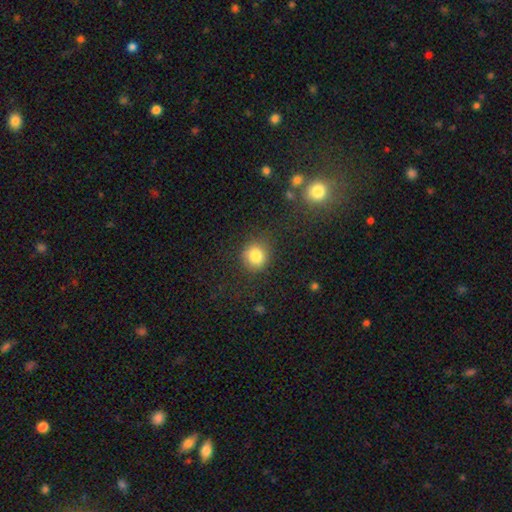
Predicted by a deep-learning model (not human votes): Morphology: type=smooth (83%); roundness=round (86%); merging=none (84%).